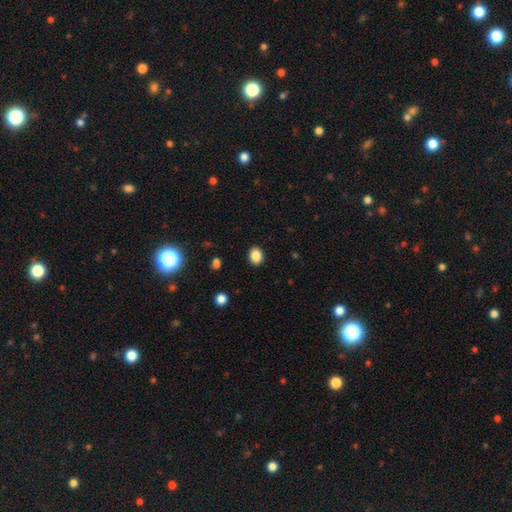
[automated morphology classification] This appears to be a smooth galaxy with no disk features (87%) that is in between round and cigar-shaped (53%). Merging: none (90%).